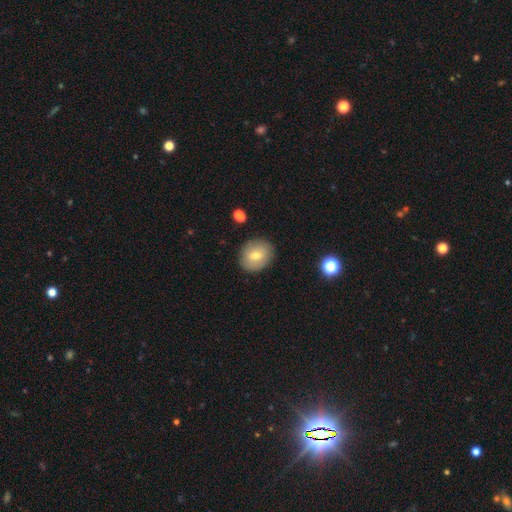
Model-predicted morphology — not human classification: type=smooth (69%); roundness=round (61%); merging=none (87%).